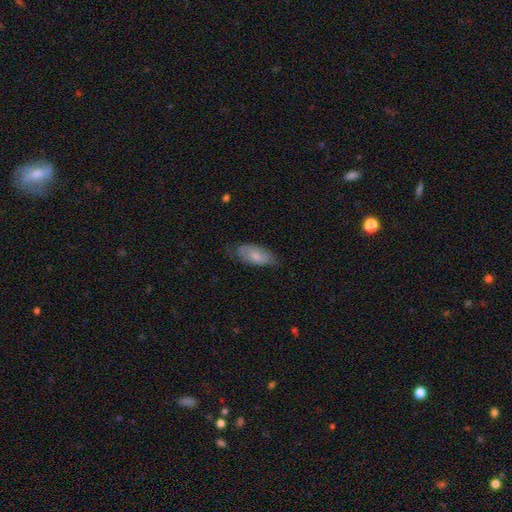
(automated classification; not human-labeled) Smooth or featured? Predicted: smooth (p=0.68). How rounded? Predicted: in between (p=0.88). Merging? Predicted: none (p=0.64).